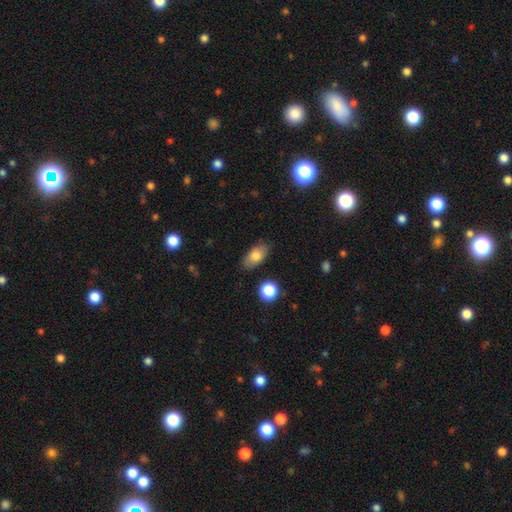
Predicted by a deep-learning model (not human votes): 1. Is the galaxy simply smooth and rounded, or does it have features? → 78% smooth, 14% featured or disk, 8% star or artifact.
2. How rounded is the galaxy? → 88% in between, 7% round, 5% cigar-shaped.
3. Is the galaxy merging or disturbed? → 81% none, 14% minor disturbance, 3% major disturbance, 2% merger.